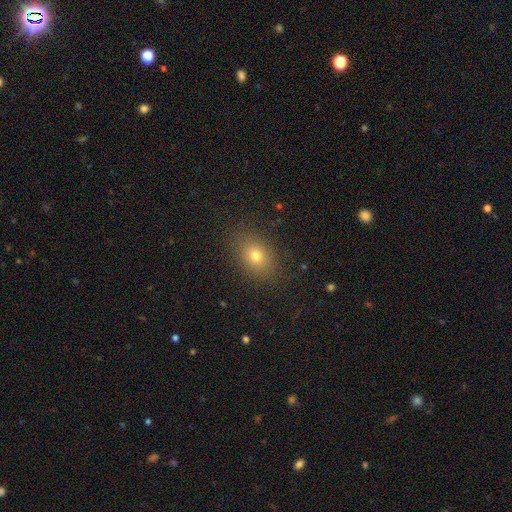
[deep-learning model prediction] Smooth or featured: smooth — 75% (star or artifact — 14%)
How rounded: in between — 68% (round — 30%)
Merging: none — 86% (minor disturbance — 9%)